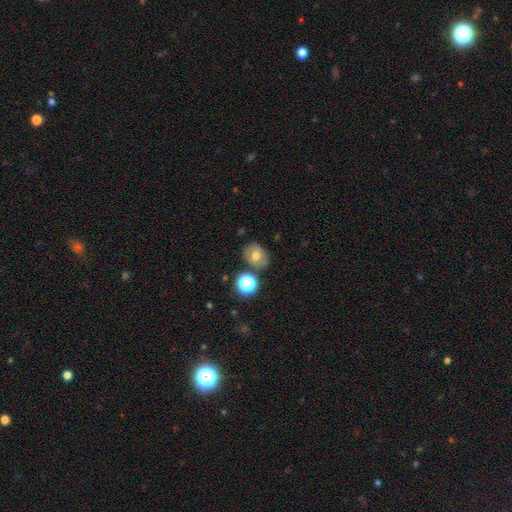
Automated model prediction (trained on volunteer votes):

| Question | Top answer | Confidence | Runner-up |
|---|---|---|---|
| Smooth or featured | smooth | 63% | featured or disk (22%) |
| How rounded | round | 56% | in between (43%) |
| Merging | none | 75% | minor disturbance (13%) |